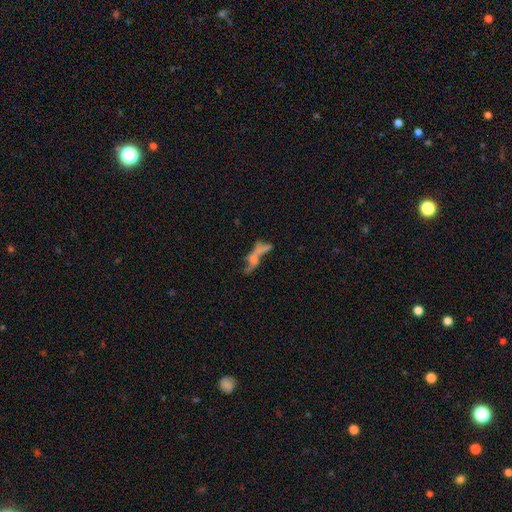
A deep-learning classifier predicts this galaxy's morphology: Smooth or featured: featured or disk — 52% (smooth — 31%)
Edge-on disk: no — 66% (yes — 34%)
Merging: merger — 37% (none — 29%)